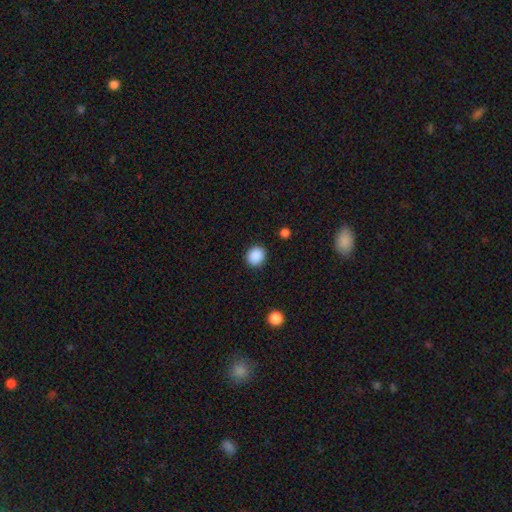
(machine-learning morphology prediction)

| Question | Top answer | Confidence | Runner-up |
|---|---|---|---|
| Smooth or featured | smooth | 89% | star or artifact (9%) |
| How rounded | round | 78% | in between (21%) |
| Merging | none | 90% | minor disturbance (7%) |